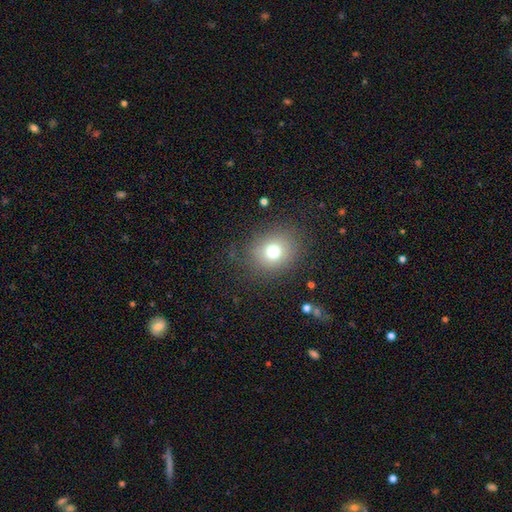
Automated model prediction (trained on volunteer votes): Smooth or featured?
  - smooth: 69% *
  - star or artifact: 22%
  - featured or disk: 10%
How rounded?
  - round: 68% *
  - in between: 31%
  - cigar-shaped: 1%
Merging?
  - none: 86% *
  - minor disturbance: 9%
  - major disturbance: 3%
  - merger: 2%